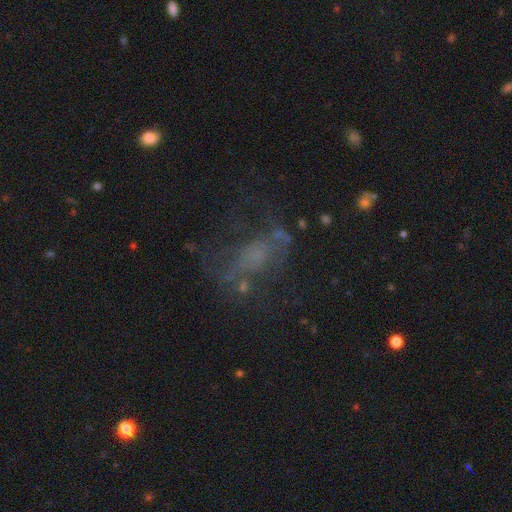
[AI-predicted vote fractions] Smooth or featured?
  - featured or disk: 45% *
  - smooth: 28%
  - star or artifact: 26%
Merging?
  - none: 46% *
  - major disturbance: 30%
  - minor disturbance: 19%
  - merger: 5%